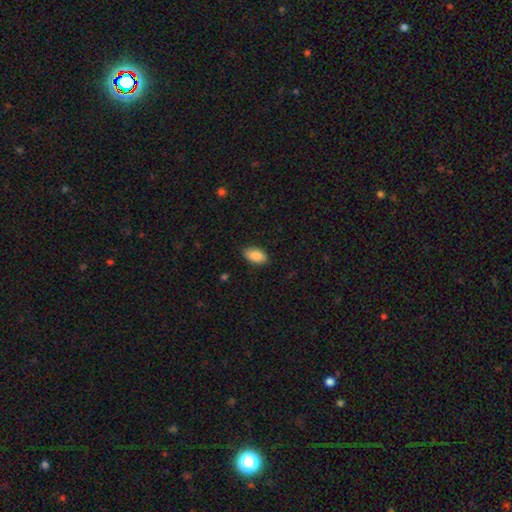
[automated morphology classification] smooth-or-featured: smooth: 88% | star or artifact: 7% | featured or disk: 5%
  how-rounded: in between: 94% | round: 4% | cigar-shaped: 2%
  merging: none: 87% | minor disturbance: 10% | major disturbance: 2% | merger: 1%